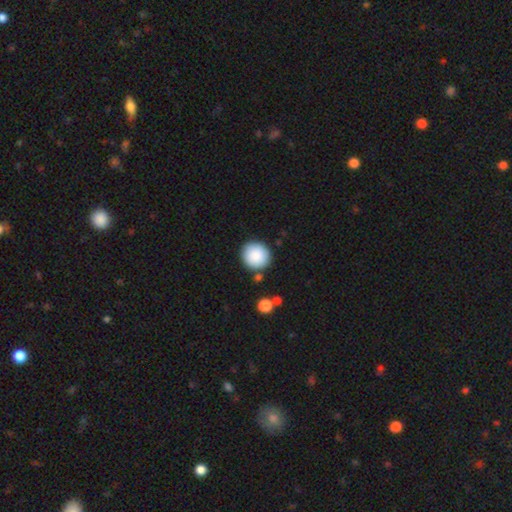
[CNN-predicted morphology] smooth_or_featured: smooth (p=0.87) [alt: star or artifact p=0.08]
how_rounded: round (p=0.92) [alt: in between p=0.07]
merging: none (p=0.85) [alt: minor disturbance p=0.08]